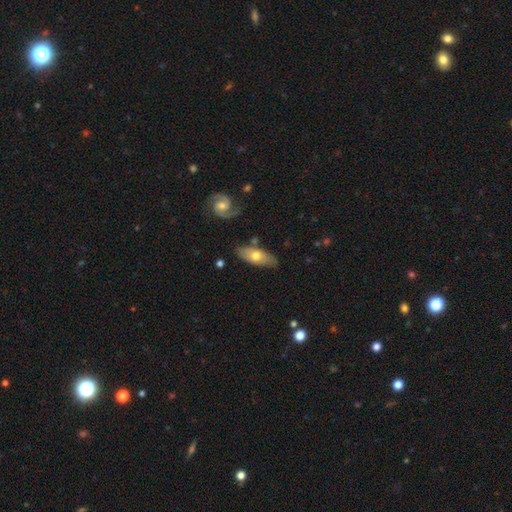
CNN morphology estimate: smooth 56%, featured or disk 39%, star or artifact 5%. Down the decision tree: how rounded — in between (76%); merging — none (76%).